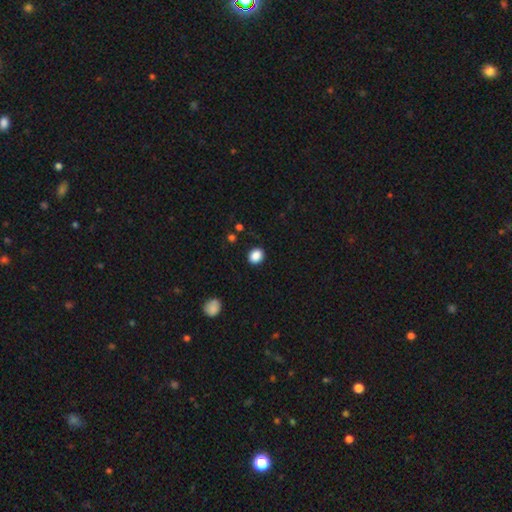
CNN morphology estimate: smooth-or-featured: smooth: 88% | star or artifact: 9% | featured or disk: 3%
  how-rounded: round: 62% | in between: 37% | cigar-shaped: 1%
  merging: none: 89% | minor disturbance: 7% | major disturbance: 2% | merger: 1%